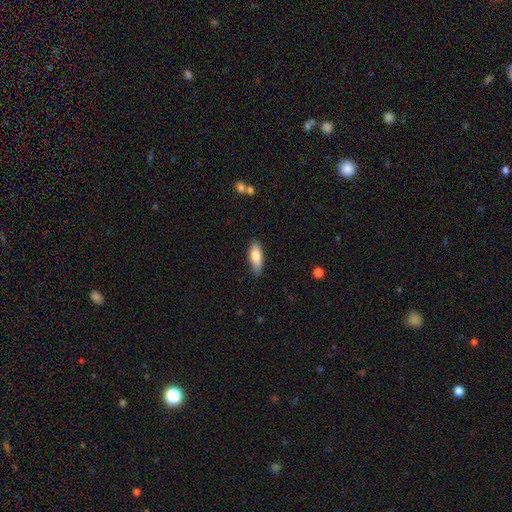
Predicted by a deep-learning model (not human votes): Morphology: type=smooth (78%); roundness=in between (70%); merging=none (80%).